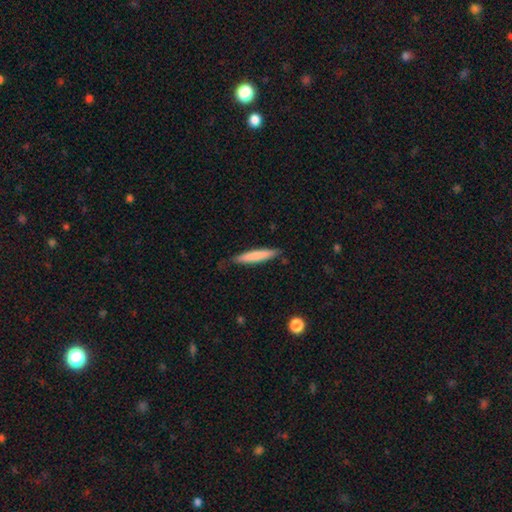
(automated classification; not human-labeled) Smooth or featured?
  - smooth: 77% *
  - featured or disk: 18%
  - star or artifact: 5%
How rounded?
  - cigar-shaped: 92% *
  - in between: 7%
  - round: 1%
Merging?
  - none: 81% *
  - minor disturbance: 15%
  - major disturbance: 2%
  - merger: 1%